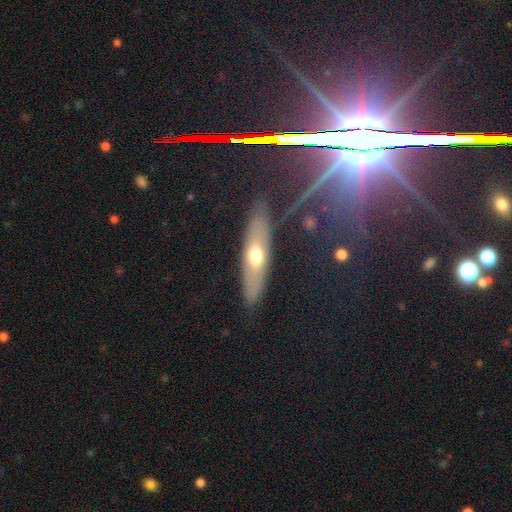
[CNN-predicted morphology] A smooth galaxy with no disk features (52%) that is cigar-shaped (57%).

Vote fractions:
- Smooth or featured? smooth: 52% / featured or disk: 42% / star or artifact: 6%
- How rounded? cigar-shaped: 57% / in between: 40% / round: 3%
- Merging? none: 82% / minor disturbance: 12% / major disturbance: 4% / merger: 2%